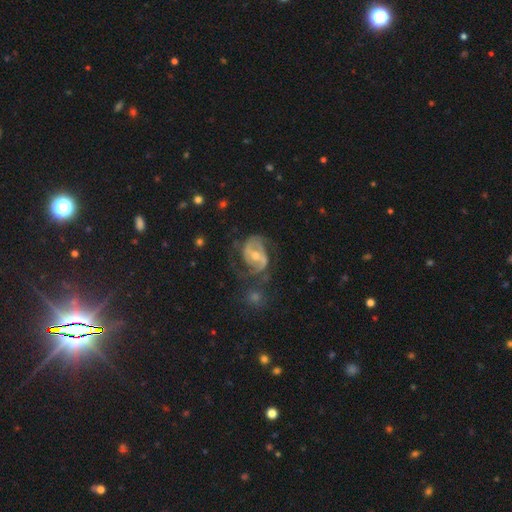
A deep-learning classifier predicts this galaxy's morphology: This is clearly a featured or disk galaxy (83%). It is clearly not viewed edge-on (97%). Bar: possibly weak (46%). Spiral arm pattern: clearly yes (91%). Spiral arm count: likely 2 (75%). Spiral winding: possibly medium (48%). Central bulge: likely moderate (60%). Merging: possibly none (52%).